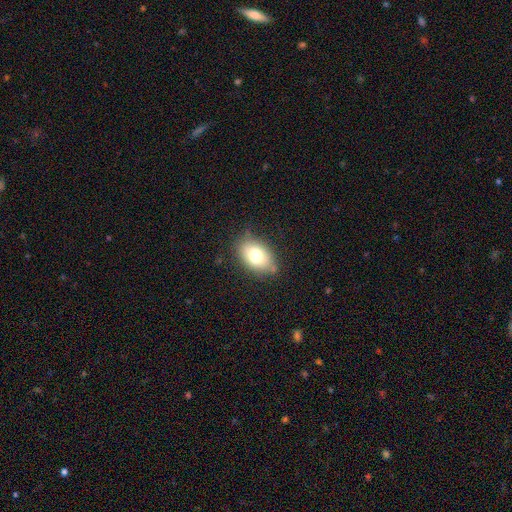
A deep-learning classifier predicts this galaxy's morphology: A smooth galaxy with no disk features (74%) that is in between round and cigar-shaped (86%). Merging: none (73%).